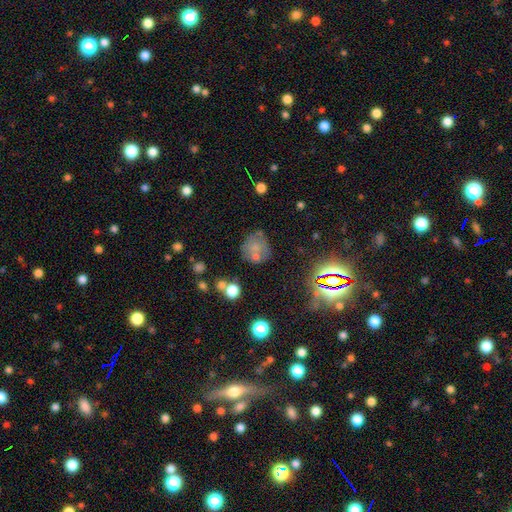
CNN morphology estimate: Smooth or featured? smooth (58%)
How rounded? round (78%)
Merging? none (54%)